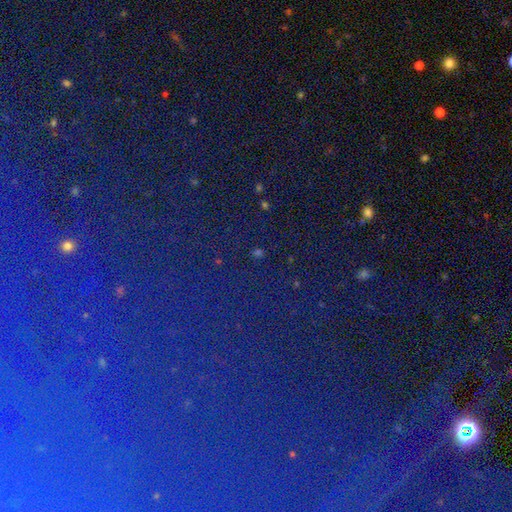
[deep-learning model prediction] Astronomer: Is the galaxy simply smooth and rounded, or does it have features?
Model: star or artifact — 81%.